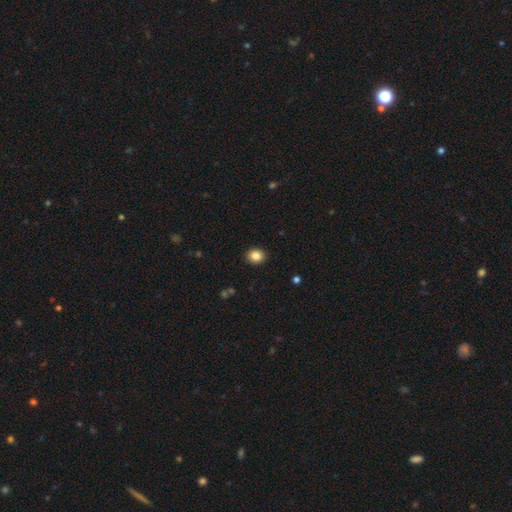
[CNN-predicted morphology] This appears to be a smooth galaxy with no disk features (85%) that is round (65%). Merging: none (91%).